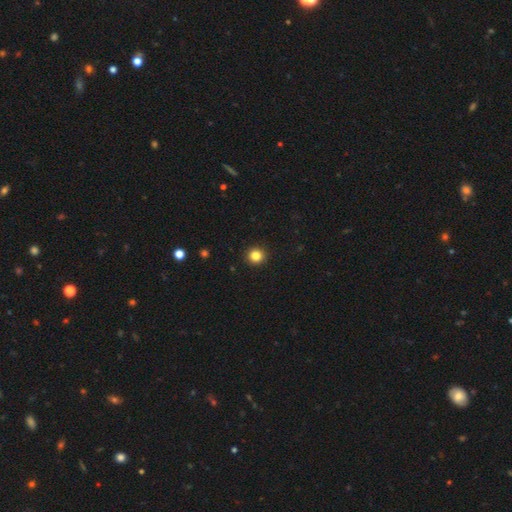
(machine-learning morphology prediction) A smooth galaxy with no disk features (83%) that is round (94%). Merging: none (93%).